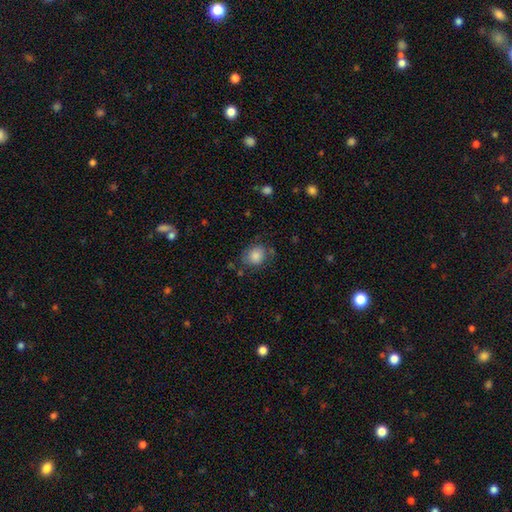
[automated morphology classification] Smooth or featured? smooth (83%)
How rounded? round (64%)
Merging? none (72%)